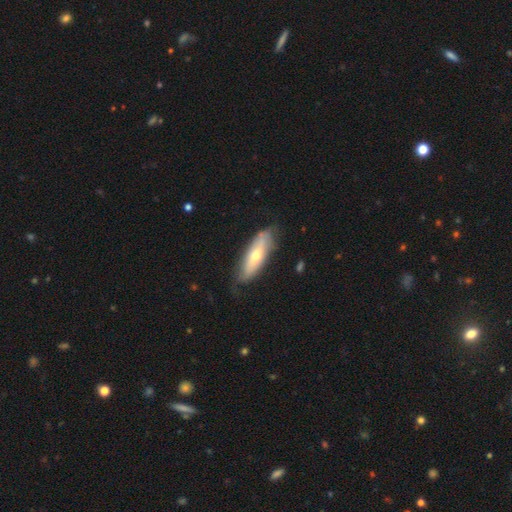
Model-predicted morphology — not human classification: A smooth galaxy with no disk features (49%).

Vote fractions:
- Smooth or featured? smooth: 49% / featured or disk: 46% / star or artifact: 6%
- Merging? none: 72% / minor disturbance: 22% / major disturbance: 5% / merger: 1%